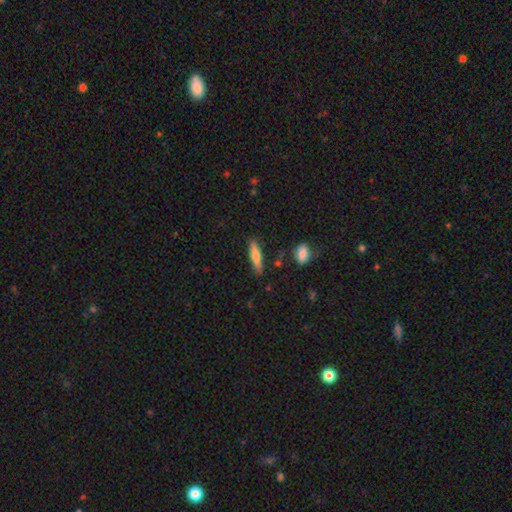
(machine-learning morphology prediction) Smooth or featured? smooth (68%)
How rounded? cigar-shaped (80%)
Merging? none (86%)